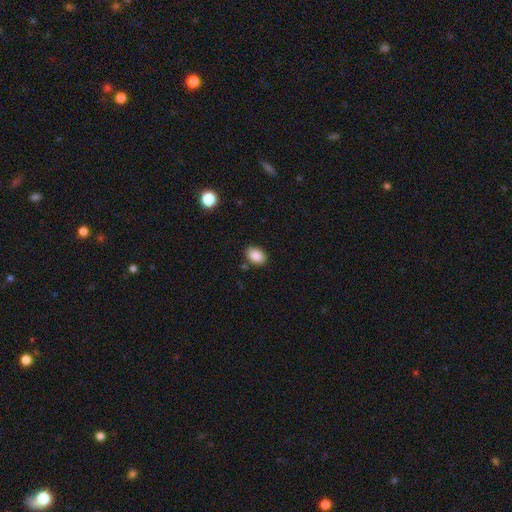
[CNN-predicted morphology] The model was most divided on "how rounded": in between: 81%, round: 18%, cigar-shaped: 1%. More confident: smooth or featured — smooth (87%); merging — none (83%).